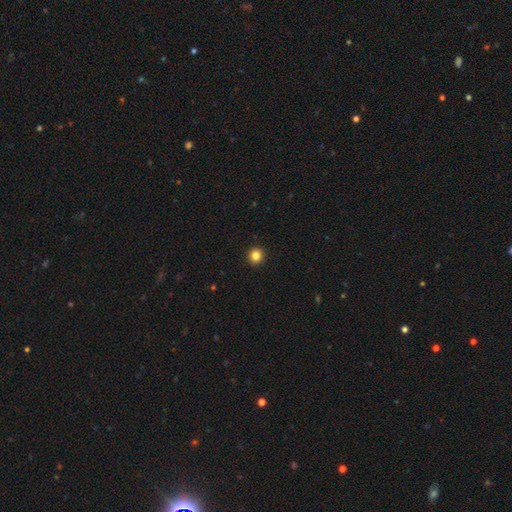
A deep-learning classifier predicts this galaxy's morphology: Overall: smooth (84%). How rounded: round (94%). Merging: none (94%).